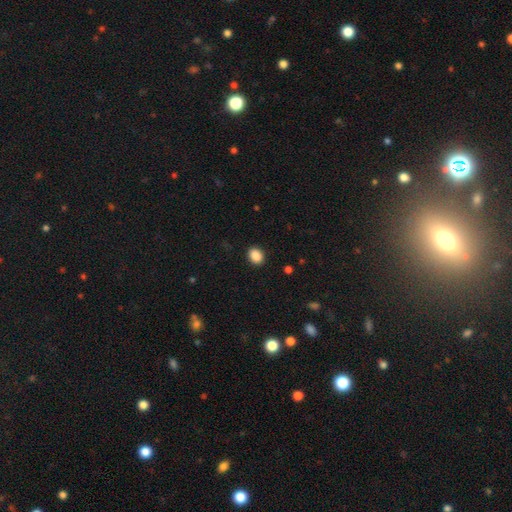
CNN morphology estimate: Q: Smooth or featured?
A: smooth (89%); runner-up: star or artifact (9%)
Q: How rounded?
A: in between (56%); runner-up: round (43%)
Q: Merging?
A: none (90%); runner-up: minor disturbance (7%)